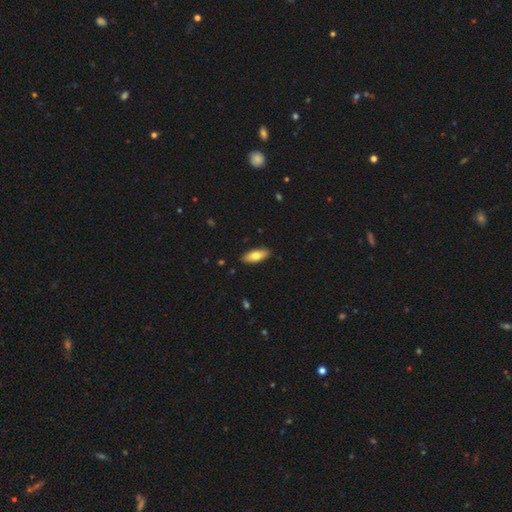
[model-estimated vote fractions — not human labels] smooth_or_featured: smooth (p=0.74) [alt: featured or disk p=0.20]
how_rounded: in between (p=0.80) [alt: cigar-shaped p=0.18]
merging: none (p=0.89) [alt: minor disturbance p=0.08]